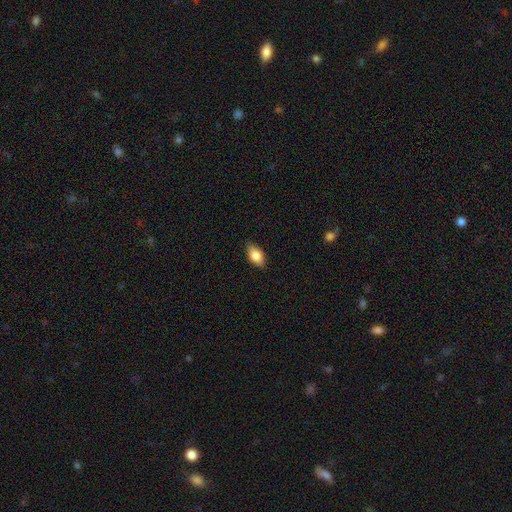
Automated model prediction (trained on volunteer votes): The model was most divided on "merging": none: 82%, minor disturbance: 15%, major disturbance: 2%, merger: 1%. More confident: how rounded — in between (90%); smooth or featured — smooth (81%).